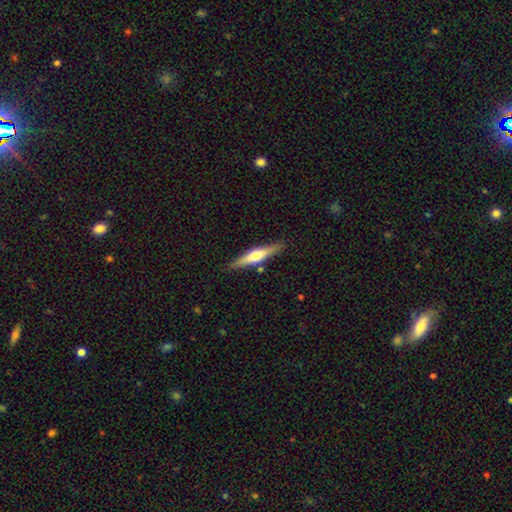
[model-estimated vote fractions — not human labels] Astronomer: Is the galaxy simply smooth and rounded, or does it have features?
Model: featured or disk — 57% (runner-up: smooth, 37%).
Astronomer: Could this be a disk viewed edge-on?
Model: yes — 95%.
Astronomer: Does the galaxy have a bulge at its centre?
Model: rounded — 89%.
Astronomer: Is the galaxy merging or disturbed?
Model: none — 86%.